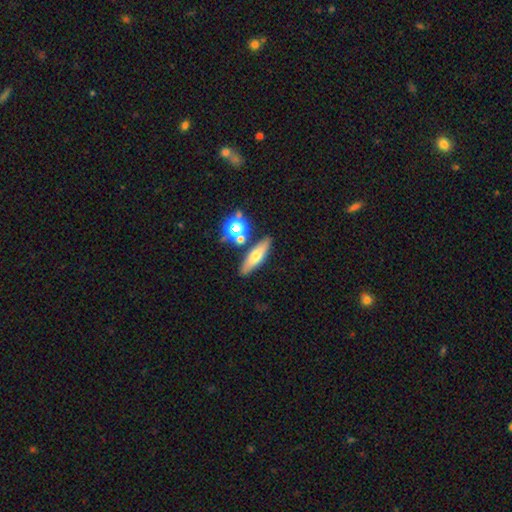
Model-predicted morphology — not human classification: Smooth or featured? Predicted: smooth (p=0.58). How rounded? Predicted: cigar-shaped (p=0.57). Merging? Predicted: none (p=0.77).